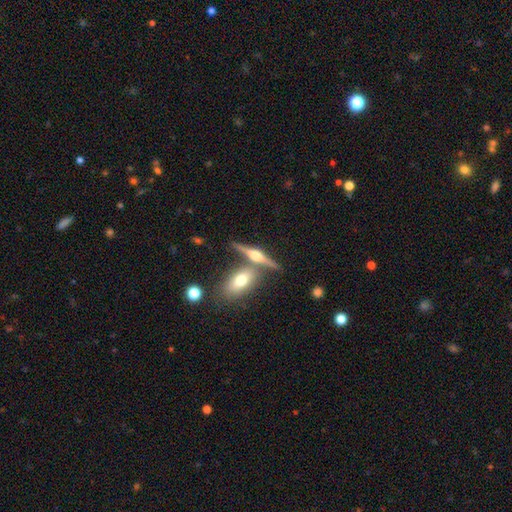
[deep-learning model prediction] Q: Smooth or featured?
A: featured or disk (74%); runner-up: smooth (19%)
Q: Edge-on disk?
A: yes (96%); runner-up: no (4%)
Q: Edge-on bulge?
A: rounded (92%); runner-up: boxy (6%)
Q: Merging?
A: none (64%); runner-up: merger (23%)